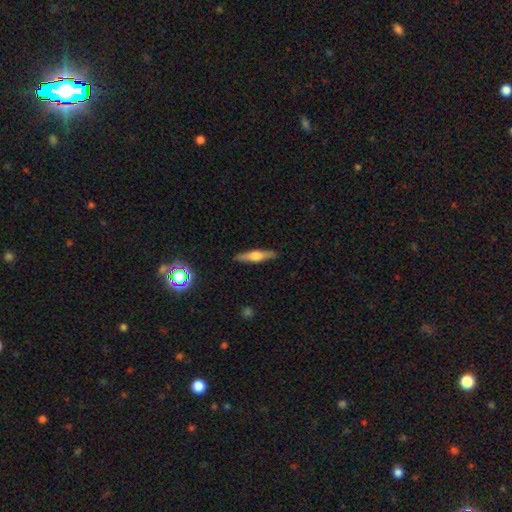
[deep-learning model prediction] smooth-or-featured: featured or disk: 53% | smooth: 40% | star or artifact: 7%
  disk-edge-on: yes: 95% | no: 5%
  merging: none: 89% | minor disturbance: 8% | major disturbance: 2% | merger: 1%